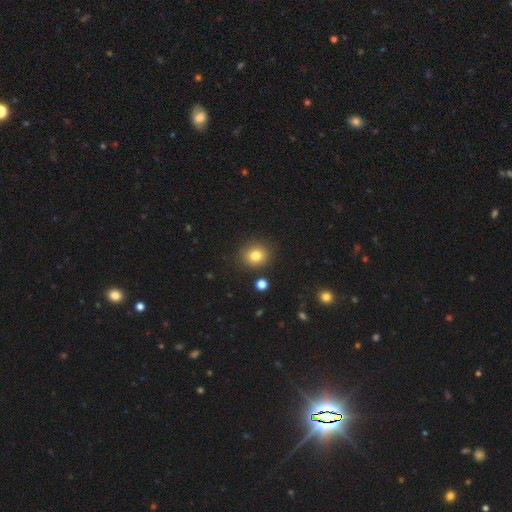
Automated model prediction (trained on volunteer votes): smooth_or_featured: smooth (p=0.81) [alt: star or artifact p=0.12]
how_rounded: round (p=0.82) [alt: in between p=0.17]
merging: none (p=0.87) [alt: minor disturbance p=0.08]